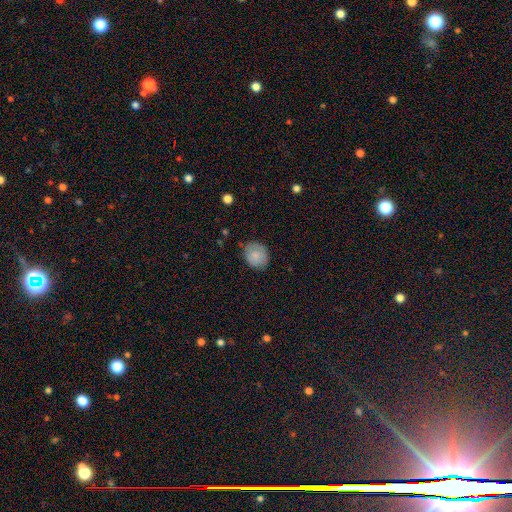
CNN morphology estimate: This is clearly a smooth galaxy (83%). How rounded: likely round (66%). Merging: clearly none (80%).